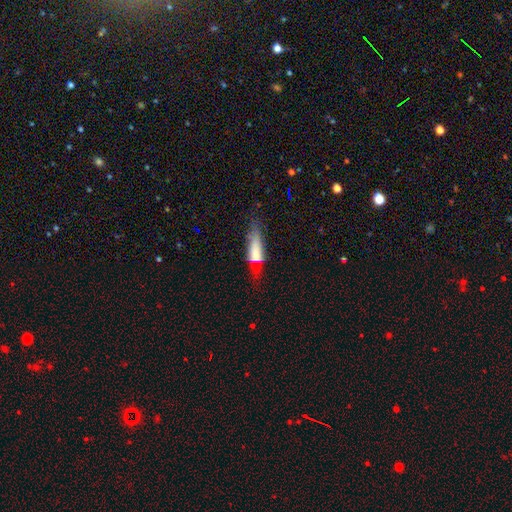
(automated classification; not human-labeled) smooth 63%, featured or disk 27%, star or artifact 10%. Down the decision tree: how rounded — cigar-shaped (54%); merging — none (36%).